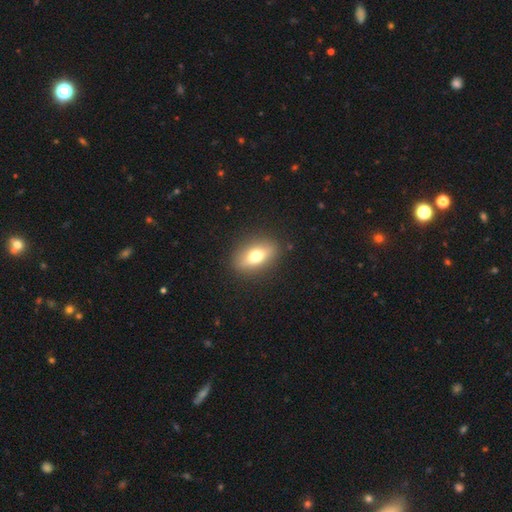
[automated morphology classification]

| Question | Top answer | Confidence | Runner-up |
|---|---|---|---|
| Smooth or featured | smooth | 61% | featured or disk (30%) |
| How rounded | in between | 75% | round (13%) |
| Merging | none | 88% | minor disturbance (8%) |